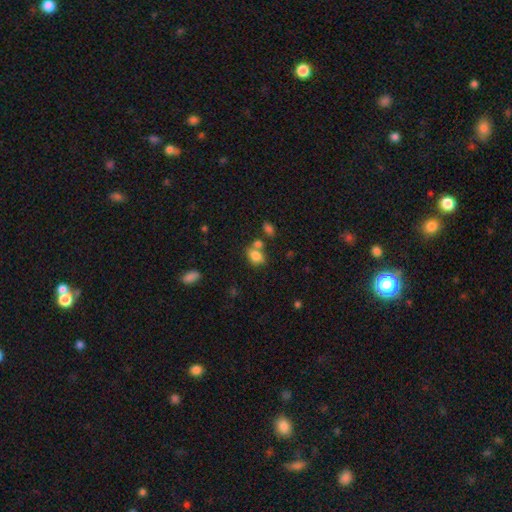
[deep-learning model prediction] Smooth or featured? Predicted: smooth (p=0.80). How rounded? Predicted: in between (p=0.71). Merging? Predicted: none (p=0.49).